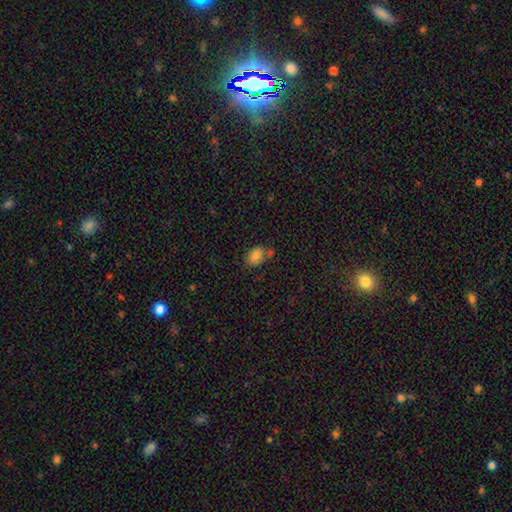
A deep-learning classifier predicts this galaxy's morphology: This is clearly a smooth galaxy (81%). How rounded: likely in between (72%). Merging: likely none (61%).